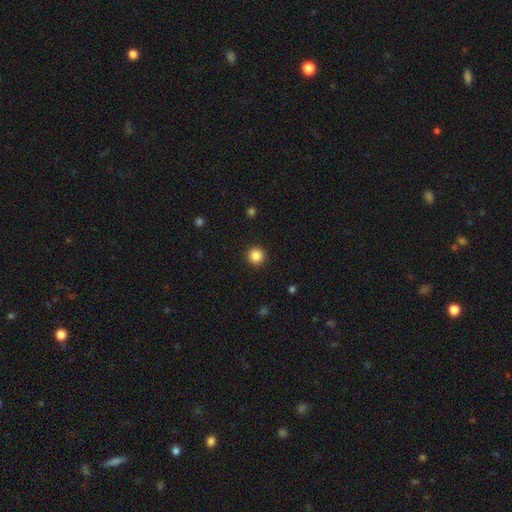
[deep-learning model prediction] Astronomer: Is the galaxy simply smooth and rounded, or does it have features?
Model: smooth — 86%.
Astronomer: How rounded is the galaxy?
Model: round — 96%.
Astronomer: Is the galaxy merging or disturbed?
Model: none — 93%.